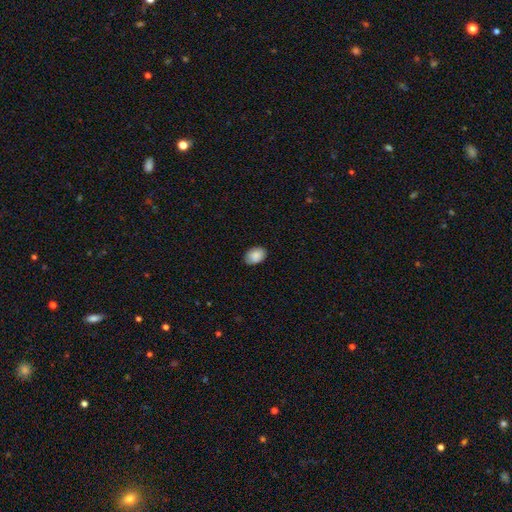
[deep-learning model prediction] Smooth or featured?
  - smooth: 88% *
  - star or artifact: 7%
  - featured or disk: 5%
How rounded?
  - in between: 85% *
  - round: 14%
  - cigar-shaped: 1%
Merging?
  - none: 84% *
  - minor disturbance: 13%
  - major disturbance: 2%
  - merger: 1%